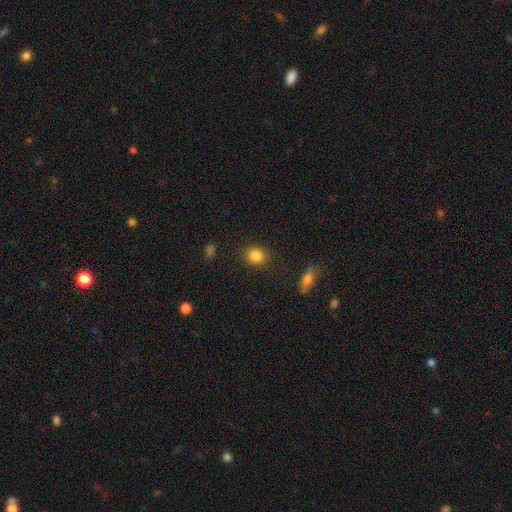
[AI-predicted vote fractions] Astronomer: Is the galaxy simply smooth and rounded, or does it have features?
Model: smooth — 85%.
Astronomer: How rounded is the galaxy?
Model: round — 66%.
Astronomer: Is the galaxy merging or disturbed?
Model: none — 85%.